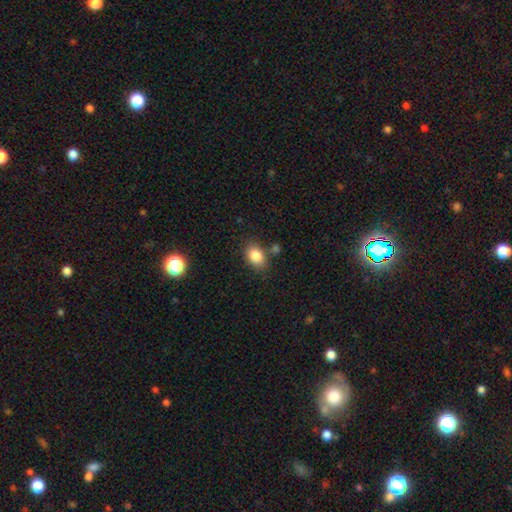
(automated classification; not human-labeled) This is clearly a smooth galaxy (85%). How rounded: likely in between (75%). Merging: likely none (75%).